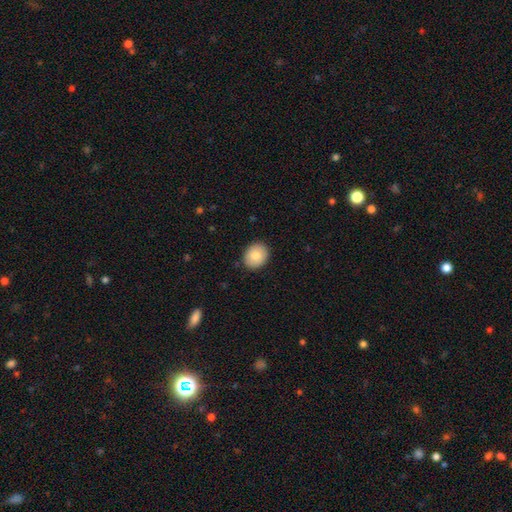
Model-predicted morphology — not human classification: This appears to be a smooth galaxy with no disk features (83%) that is round (56%). Merging: none (88%).